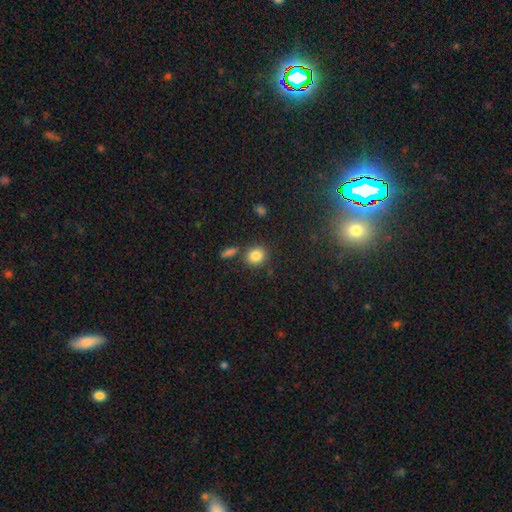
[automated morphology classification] smooth 84%, star or artifact 10%, featured or disk 5%. Down the decision tree: how rounded — round (70%); merging — none (76%).